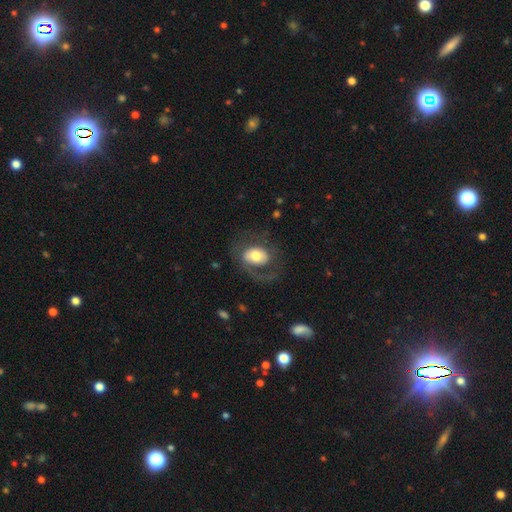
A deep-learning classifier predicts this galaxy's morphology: A featured or disk galaxy (54%) with no bar (60%), spiral arms (71%) and a moderate central bulge (57%).

Vote fractions:
- Smooth or featured? featured or disk: 54% / smooth: 39% / star or artifact: 7%
- Edge-on disk? no: 96% / yes: 4%
- Bar? no: 60% / weak: 28% / strong: 12%
- Spiral arms? yes: 71% / no: 29%
- Bulge size? moderate: 57% / large: 29% / small: 9% / dominant: 4% / none: 1%
- Merging? none: 52% / major disturbance: 28% / minor disturbance: 18% / merger: 2%